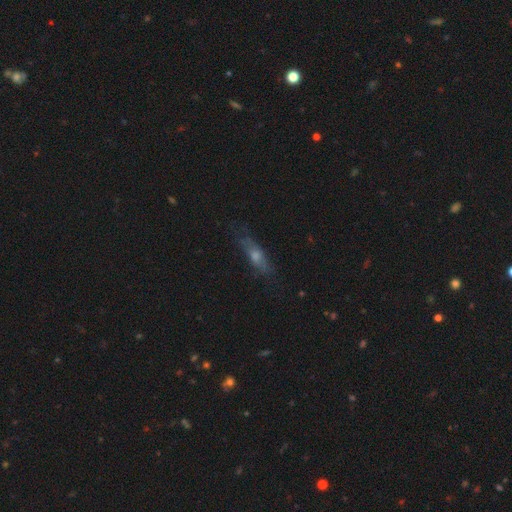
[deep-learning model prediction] Smooth or featured?
  - smooth: 45% *
  - featured or disk: 43%
  - star or artifact: 13%
Merging?
  - none: 71% *
  - minor disturbance: 20%
  - major disturbance: 8%
  - merger: 2%